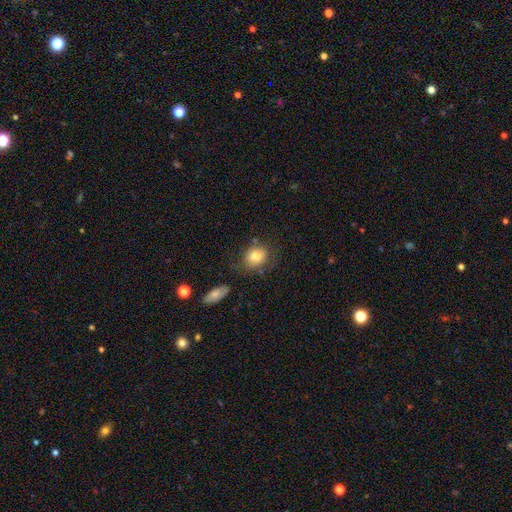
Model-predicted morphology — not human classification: Overall: smooth (80%). How rounded: round (52%; in between 47%). Merging: none (65%).